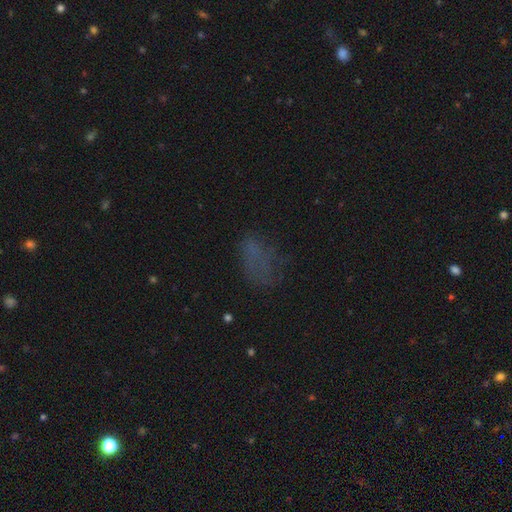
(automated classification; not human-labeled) The model was most divided on "smooth or featured": smooth: 51%, star or artifact: 28%, featured or disk: 22%. More confident: how rounded — in between (82%); merging — none (52%).